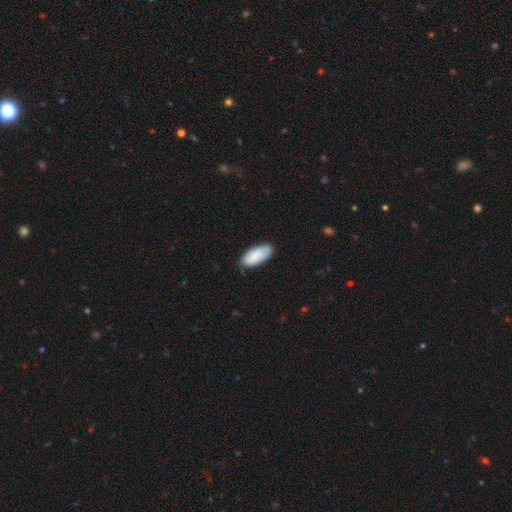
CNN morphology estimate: smooth-or-featured: smooth: 84% | featured or disk: 11% | star or artifact: 6%
  how-rounded: in between: 88% | cigar-shaped: 10% | round: 2%
  merging: none: 78% | minor disturbance: 18% | major disturbance: 3% | merger: 1%